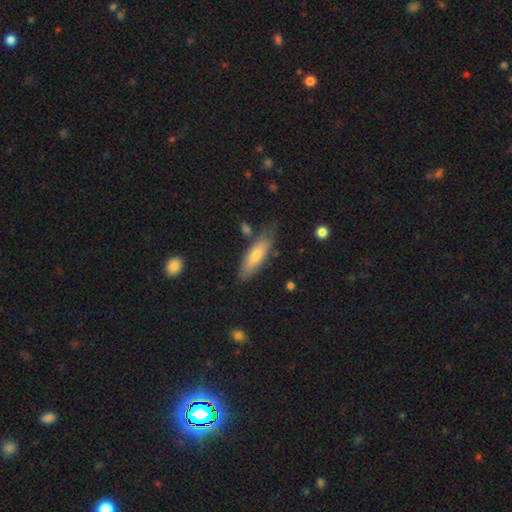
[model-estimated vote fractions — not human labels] Smooth or featured? smooth (69%)
How rounded? in between (49%, tied with cigar-shaped)
Merging? none (71%)